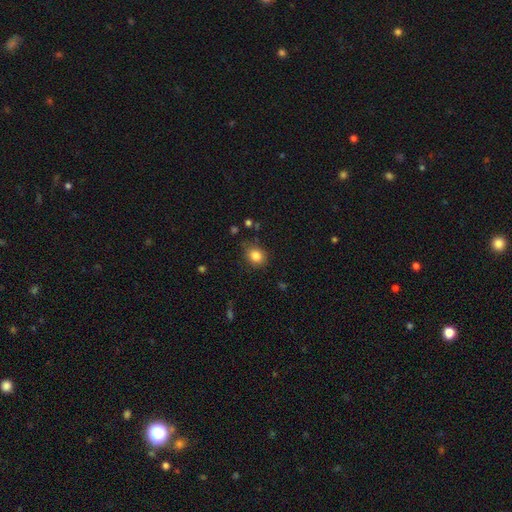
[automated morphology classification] Smooth or featured: smooth — 83% (star or artifact — 11%)
How rounded: round — 64% (in between — 35%)
Merging: none — 77% (minor disturbance — 17%)